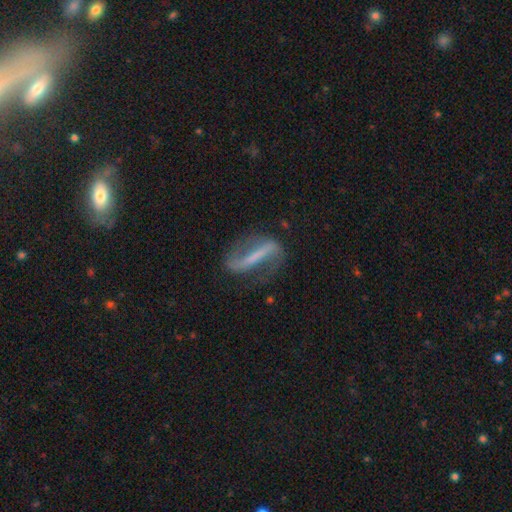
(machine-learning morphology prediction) smooth-or-featured: featured or disk: 76% | smooth: 16% | star or artifact: 8%
  disk-edge-on: no: 83% | yes: 17%
    bar: strong: 79% | weak: 14% | no: 7%
    has-spiral-arms: yes: 79% | no: 21%
    bulge-size: none: 48% | small: 32% | moderate: 14% | large: 4% | dominant: 2%
  merging: none: 68% | minor disturbance: 17% | major disturbance: 12% | merger: 3%